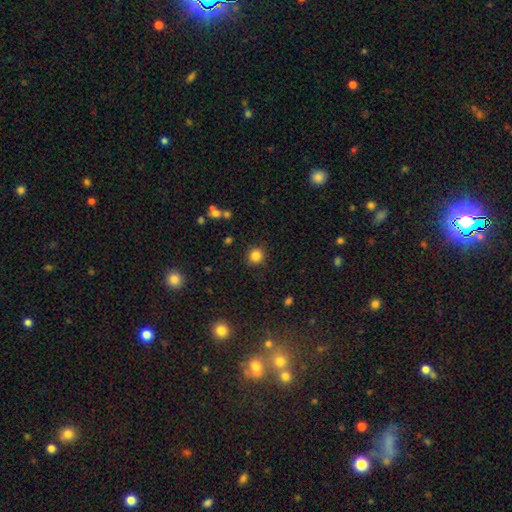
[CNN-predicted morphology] A smooth galaxy with no disk features (85%) that is round (93%).

Vote fractions:
- Smooth or featured? smooth: 85% / star or artifact: 11% / featured or disk: 4%
- How rounded? round: 93% / in between: 7% / cigar-shaped: 1%
- Merging? none: 90% / minor disturbance: 6% / major disturbance: 2% / merger: 2%